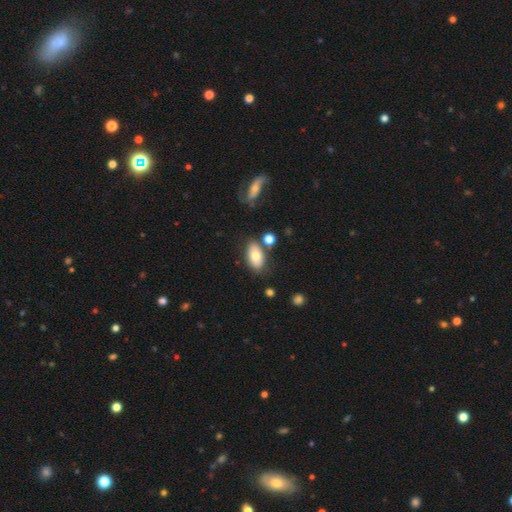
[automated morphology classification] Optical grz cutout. It shows a smooth galaxy with no disk features (72%) that is in between round and cigar-shaped (91%). Merging: none (69%).